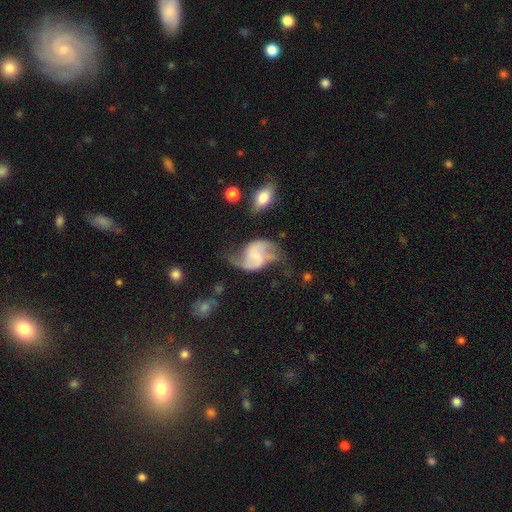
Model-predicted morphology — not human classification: Smooth or featured? Predicted: featured or disk (p=0.83). Edge-on disk? Predicted: no (p=0.98). Bar? Predicted: no (p=0.46). Spiral arms? Predicted: yes (p=0.95). Spiral winding? Predicted: loose (p=0.63). Spiral arm count? Predicted: 2 (p=0.91). Bulge size? Predicted: small (p=0.55). Merging? Predicted: none (p=0.53).